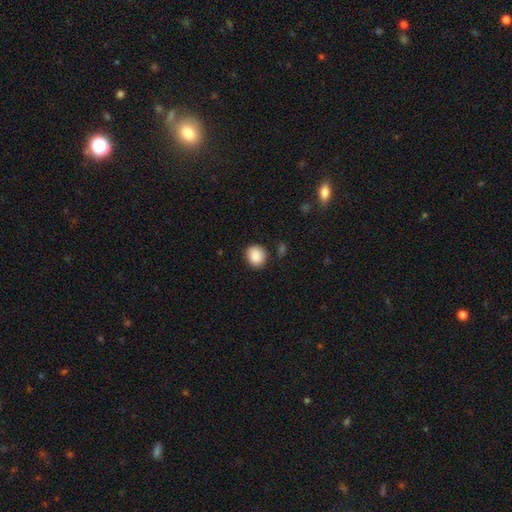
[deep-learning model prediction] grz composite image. It shows a smooth galaxy with no disk features (89%) that is round (76%). Merging: none (83%).